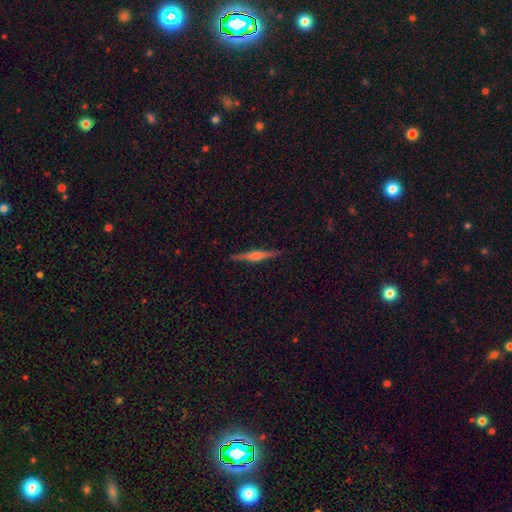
Overall: featured or disk (72%). Edge-on disk: yes (100%). Edge-on bulge: rounded (75%). Merging: none (86%).